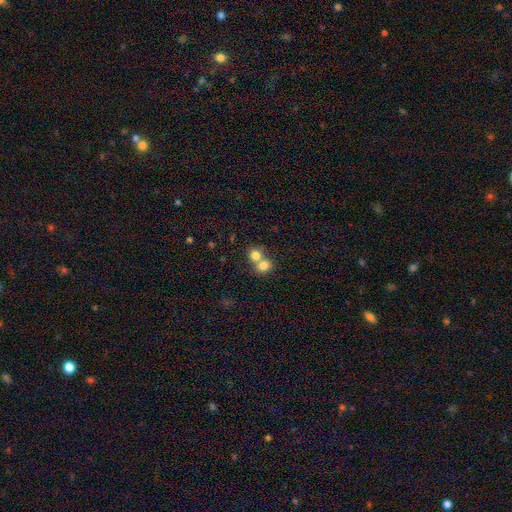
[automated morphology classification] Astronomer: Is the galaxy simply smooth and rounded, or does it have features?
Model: smooth — 79%.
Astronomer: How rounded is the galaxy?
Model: round — 77%.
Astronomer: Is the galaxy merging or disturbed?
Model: merger — 62%.